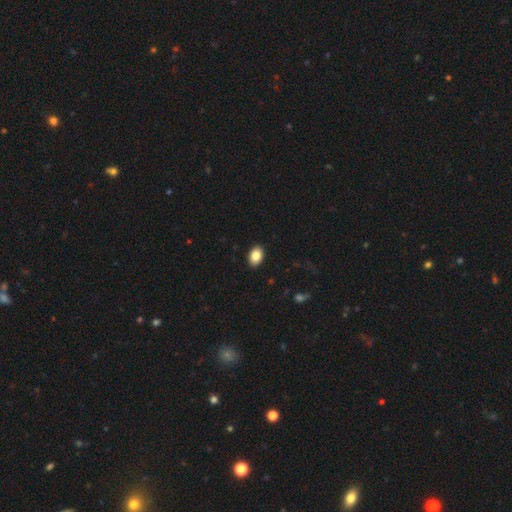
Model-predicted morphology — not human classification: A smooth galaxy with no disk features (86%) that is in between round and cigar-shaped (85%). Merging: none (90%).